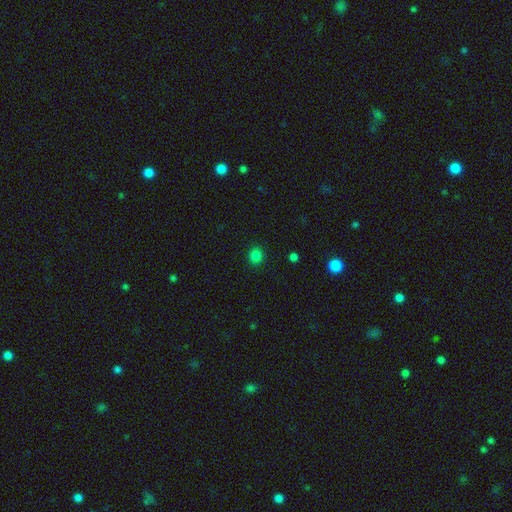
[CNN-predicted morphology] This appears to be a smooth galaxy with no disk features (82%) that is round (83%). Merging: none (90%).